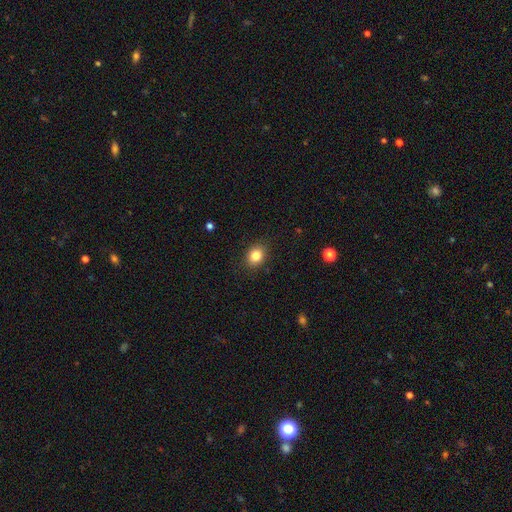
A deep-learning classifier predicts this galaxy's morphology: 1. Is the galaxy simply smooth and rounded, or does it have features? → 83% smooth, 10% star or artifact, 6% featured or disk.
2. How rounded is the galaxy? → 50% round, 49% in between, 1% cigar-shaped.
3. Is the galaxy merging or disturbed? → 88% none, 9% minor disturbance, 2% major disturbance, 1% merger.